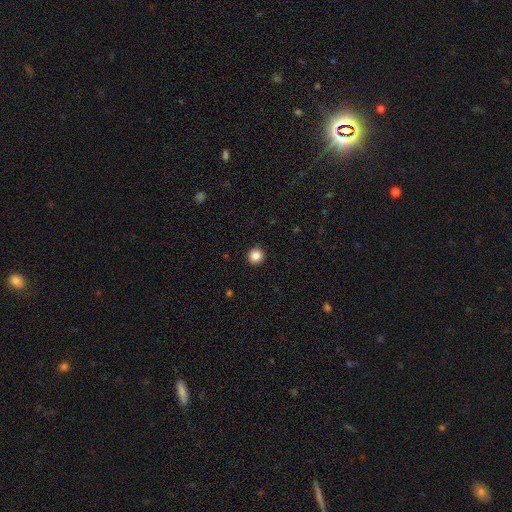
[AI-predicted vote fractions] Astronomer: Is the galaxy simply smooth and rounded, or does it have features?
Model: smooth — 86%.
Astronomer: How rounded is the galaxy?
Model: round — 95%.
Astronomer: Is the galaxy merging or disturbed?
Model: none — 93%.